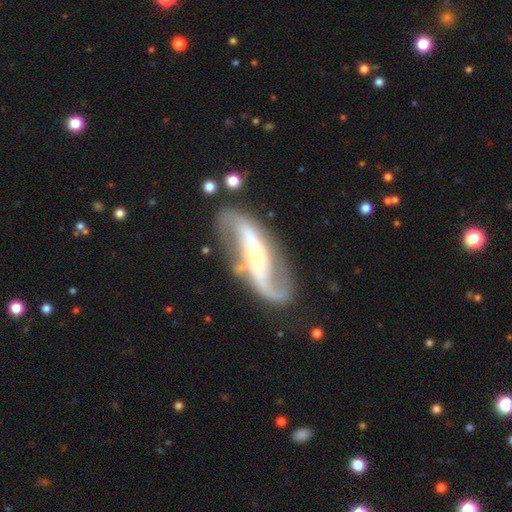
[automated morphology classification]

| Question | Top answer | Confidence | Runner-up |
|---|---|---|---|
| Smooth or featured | featured or disk | 89% | smooth (7%) |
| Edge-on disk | no | 92% | yes (8%) |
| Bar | strong | 45% | no (31%) |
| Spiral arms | yes | 95% | no (5%) |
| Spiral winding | loose | 63% | medium (28%) |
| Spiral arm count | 2 | 91% | 1 (3%) |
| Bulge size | small | 54% | moderate (39%) |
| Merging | none | 73% | minor disturbance (15%) |